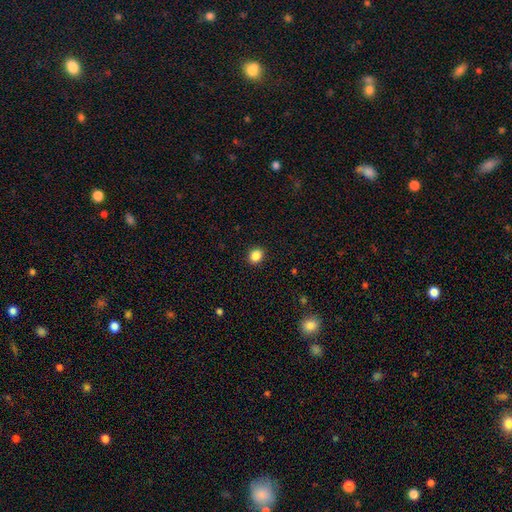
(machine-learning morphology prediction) The model was most divided on "how rounded": round: 62%, in between: 37%, cigar-shaped: 1%. More confident: merging — none (91%); smooth or featured — smooth (86%).